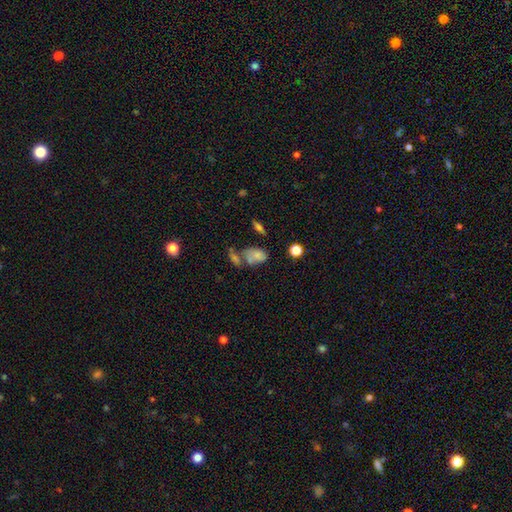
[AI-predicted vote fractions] This appears to be a smooth galaxy with no disk features (68%) that is in between round and cigar-shaped (78%). Merging: merger (37%).